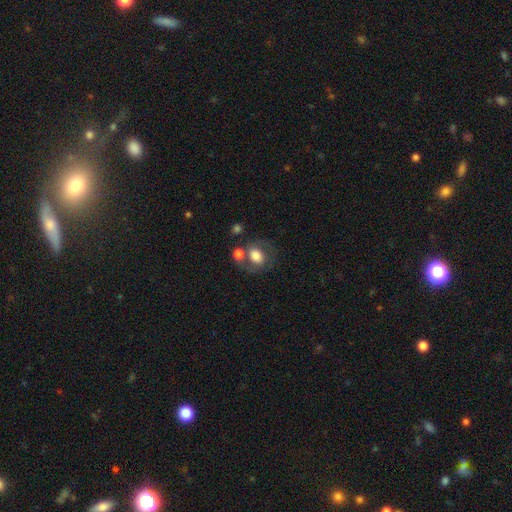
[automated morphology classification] A smooth galaxy with no disk features (61%) that is round (51%). Merging: none (48%).